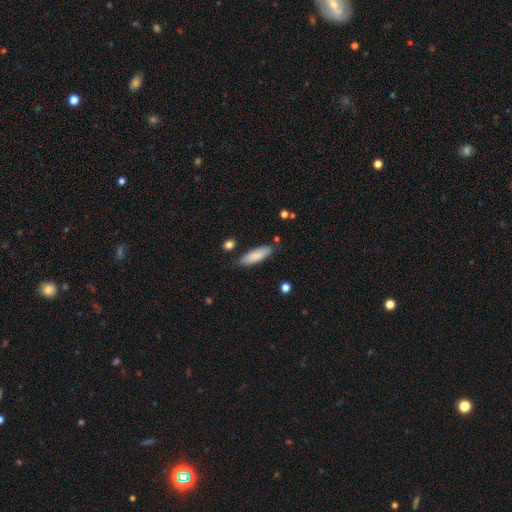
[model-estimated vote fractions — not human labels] smooth_or_featured: smooth (p=0.84) [alt: featured or disk p=0.10]
how_rounded: in between (p=0.57) [alt: cigar-shaped p=0.41]
merging: none (p=0.80) [alt: minor disturbance p=0.15]